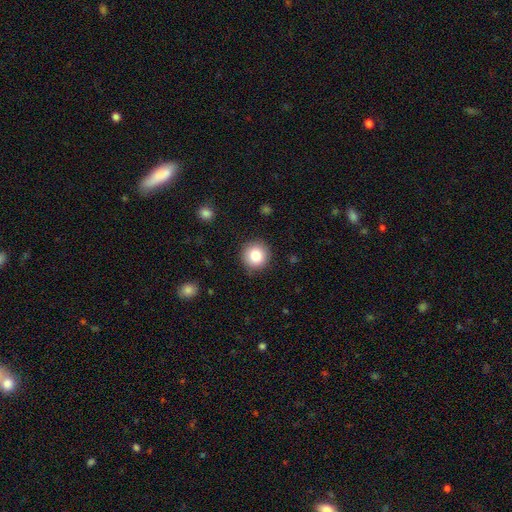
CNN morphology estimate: Smooth or featured: smooth — 83% (star or artifact — 9%)
How rounded: round — 92% (in between — 7%)
Merging: none — 89% (minor disturbance — 7%)